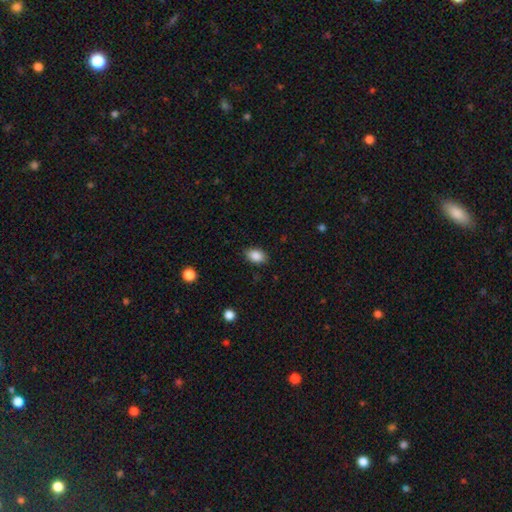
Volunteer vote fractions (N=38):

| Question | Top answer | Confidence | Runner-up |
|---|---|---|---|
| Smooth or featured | smooth | 89% | star or artifact (11%) |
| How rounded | in between | 88% | round (12%) |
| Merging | none | 88% | minor disturbance (9%) |